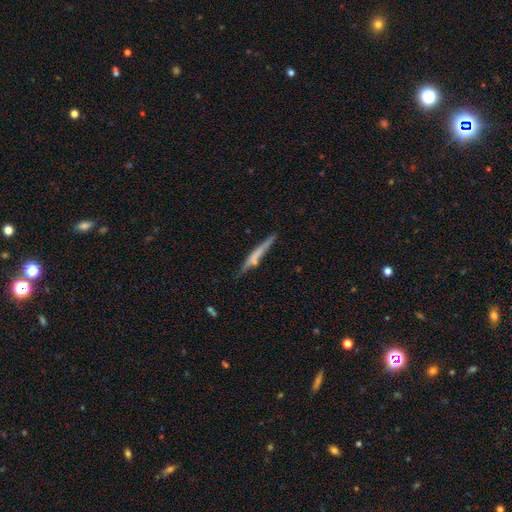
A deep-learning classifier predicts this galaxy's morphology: smooth 50%, featured or disk 43%, star or artifact 6%. Down the decision tree: how rounded — cigar-shaped (95%); merging — none (75%).